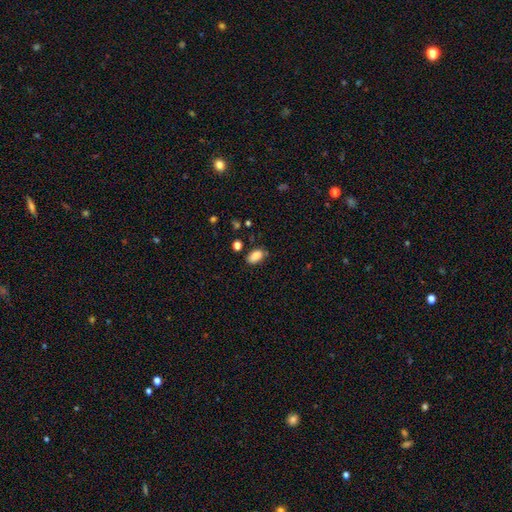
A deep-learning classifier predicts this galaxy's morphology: smooth_or_featured: smooth (p=0.86) [alt: star or artifact p=0.09]
how_rounded: in between (p=0.92) [alt: round p=0.06]
merging: none (p=0.76) [alt: minor disturbance p=0.17]